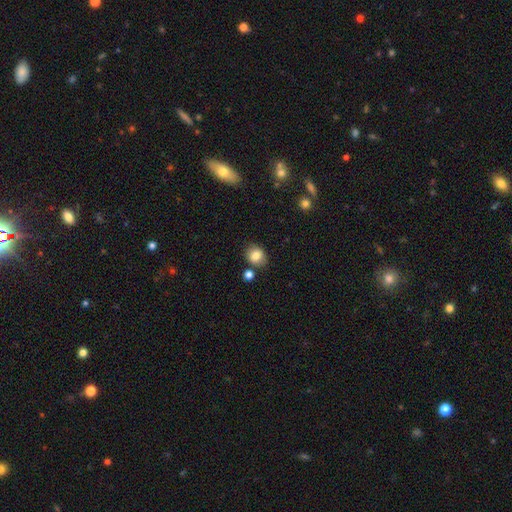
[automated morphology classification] Q: Smooth or featured?
A: smooth (82%); runner-up: star or artifact (10%)
Q: How rounded?
A: round (56%); runner-up: in between (43%)
Q: Merging?
A: none (75%); runner-up: minor disturbance (13%)